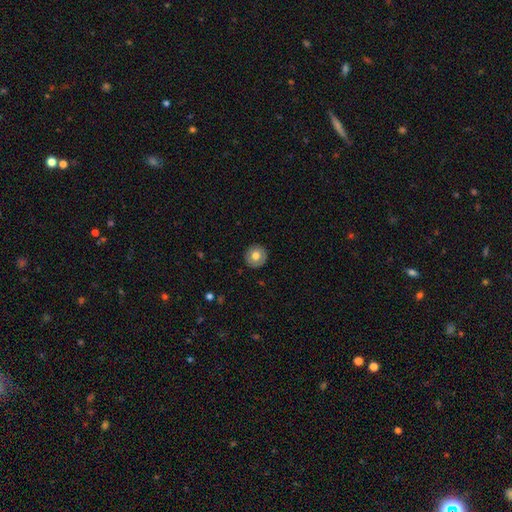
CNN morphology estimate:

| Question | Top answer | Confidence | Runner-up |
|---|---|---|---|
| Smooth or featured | smooth | 71% | featured or disk (21%) |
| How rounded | round | 94% | in between (5%) |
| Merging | none | 91% | minor disturbance (6%) |